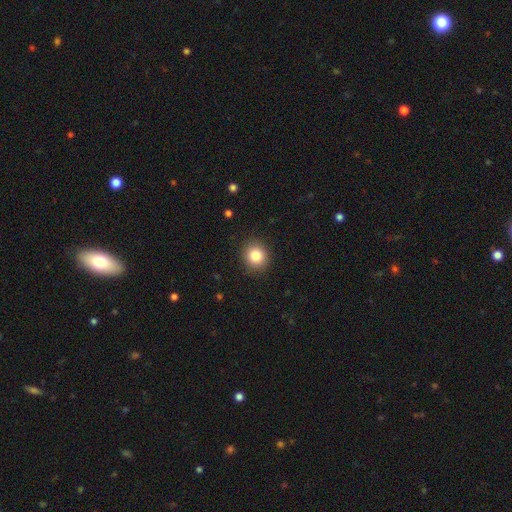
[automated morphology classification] Smooth or featured?
  - smooth: 84% *
  - star or artifact: 10%
  - featured or disk: 6%
How rounded?
  - round: 84% *
  - in between: 15%
  - cigar-shaped: 1%
Merging?
  - none: 90% *
  - minor disturbance: 7%
  - major disturbance: 2%
  - merger: 1%